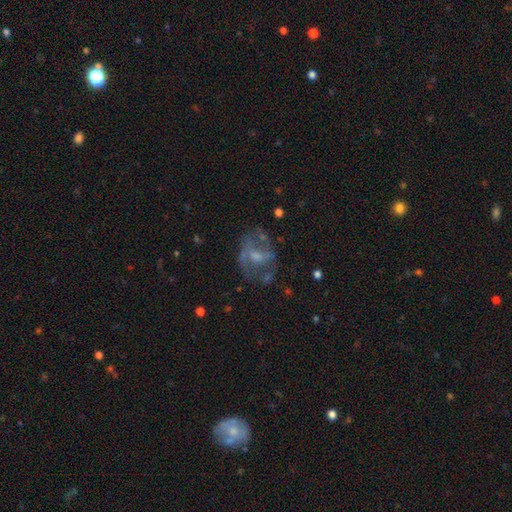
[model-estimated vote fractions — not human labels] smooth_or_featured: featured or disk (p=0.63) [alt: smooth p=0.26]
disk_edge_on: no (p=0.96) [alt: yes p=0.04]
bar: no (p=0.48) [alt: weak p=0.40]
has_spiral_arms: no (p=0.50) [tied with: yes p=0.50]
bulge_size: moderate (p=0.41) [alt: small p=0.32]
merging: none (p=0.52) [alt: major disturbance p=0.25]